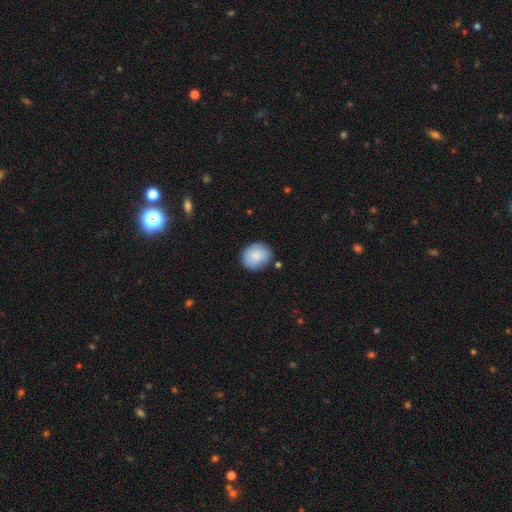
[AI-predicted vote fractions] This is clearly a smooth galaxy (84%). How rounded: likely round (69%). Merging: likely none (79%).